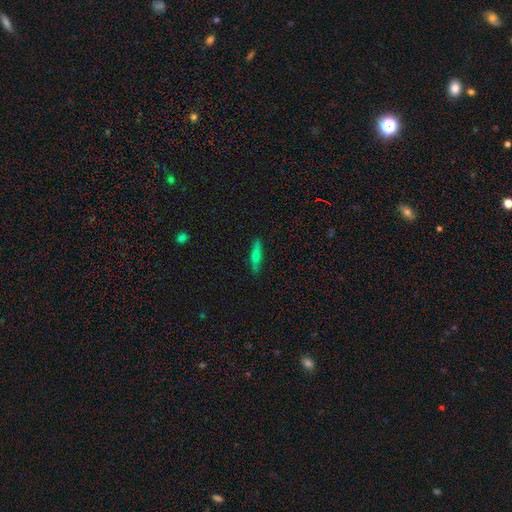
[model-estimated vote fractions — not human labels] Smooth or featured: smooth — 55% (featured or disk — 38%)
How rounded: cigar-shaped — 83% (in between — 15%)
Merging: none — 88% (minor disturbance — 9%)